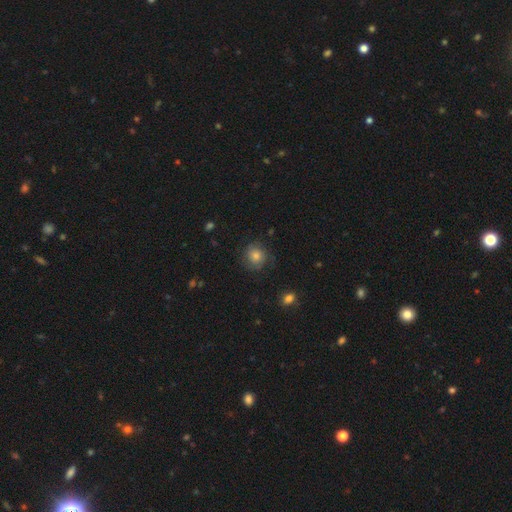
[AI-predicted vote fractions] Smooth or featured?
  - featured or disk: 47% *
  - smooth: 41%
  - star or artifact: 12%
Merging?
  - none: 75% *
  - minor disturbance: 16%
  - major disturbance: 8%
  - merger: 1%